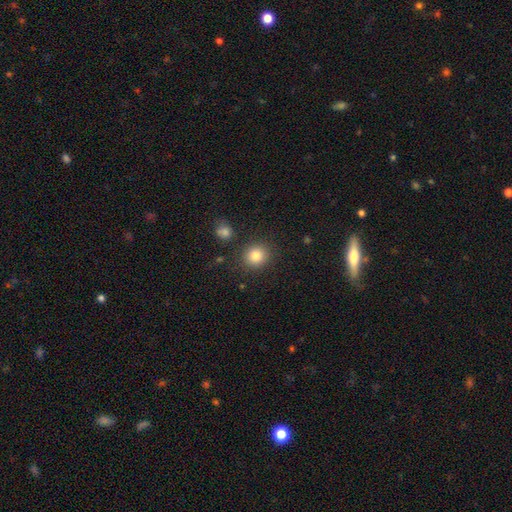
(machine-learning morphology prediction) Overall: smooth (84%). How rounded: round (83%). Merging: none (86%).